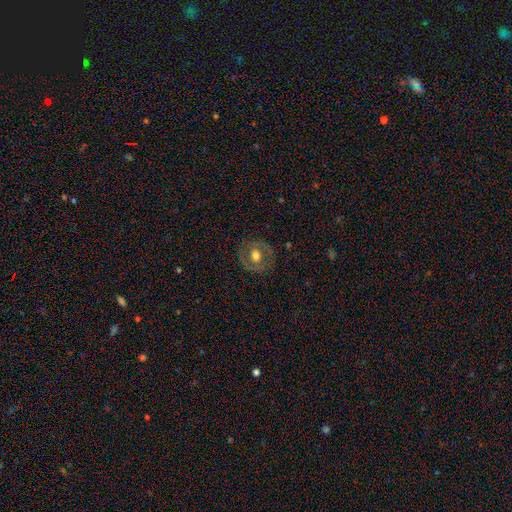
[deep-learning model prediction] Smooth or featured? featured or disk (50%)
Merging? none (81%)